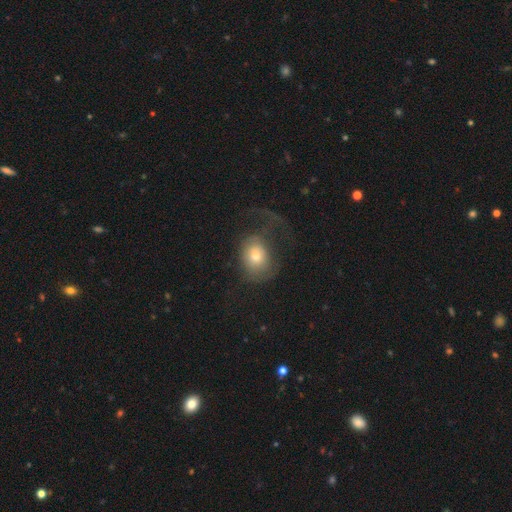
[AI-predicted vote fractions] Smooth or featured? smooth (62%)
How rounded? round (51%)
Merging? major disturbance (50%)